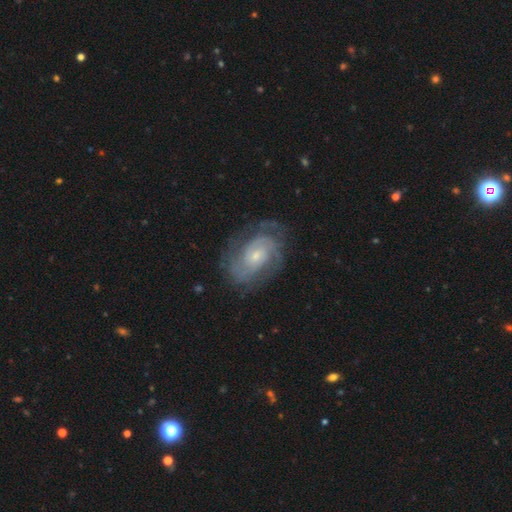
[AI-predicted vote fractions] Smooth or featured: featured or disk — 84% (smooth — 10%)
Edge-on disk: no — 97% (yes — 3%)
Bar: no — 67% (weak — 28%)
Spiral arms: yes — 94% (no — 6%)
Spiral winding: tight — 57% (medium — 34%)
Spiral arm count: 2 — 45% (can't tell — 26%)
Bulge size: small — 59% (moderate — 34%)
Merging: none — 72% (minor disturbance — 17%)